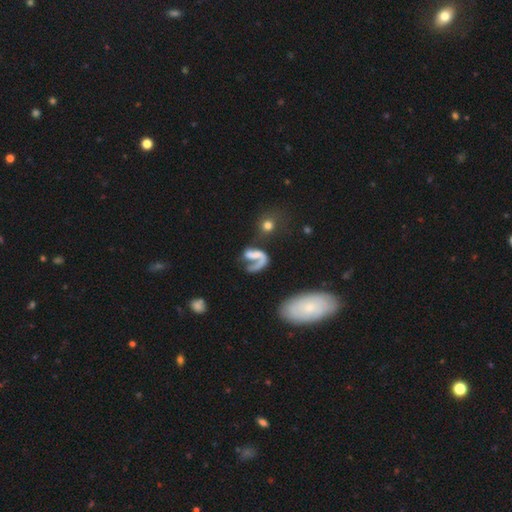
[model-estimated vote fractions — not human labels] smooth-or-featured: featured or disk: 68% | smooth: 22% | star or artifact: 10%
  disk-edge-on: no: 97% | yes: 3%
    bar: no: 53% | weak: 25% | strong: 22%
    has-spiral-arms: yes: 78% | no: 22%
      spiral-winding: loose: 61% | medium: 28% | tight: 12%
      spiral-arm-count: 1: 75% | 2: 19% | can't tell: 3% | 3: 1% | 4: 1% | more than 4: 1%
    bulge-size: none: 53% | small: 21% | moderate: 15% | large: 7% | dominant: 3%
  merging: major disturbance: 37% | none: 30% | merger: 20% | minor disturbance: 13%